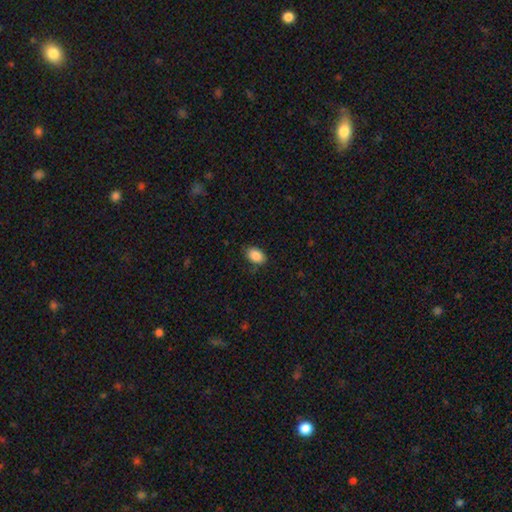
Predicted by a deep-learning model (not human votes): Smooth or featured? Predicted: smooth (p=0.88). How rounded? Predicted: in between (p=0.86). Merging? Predicted: none (p=0.80).